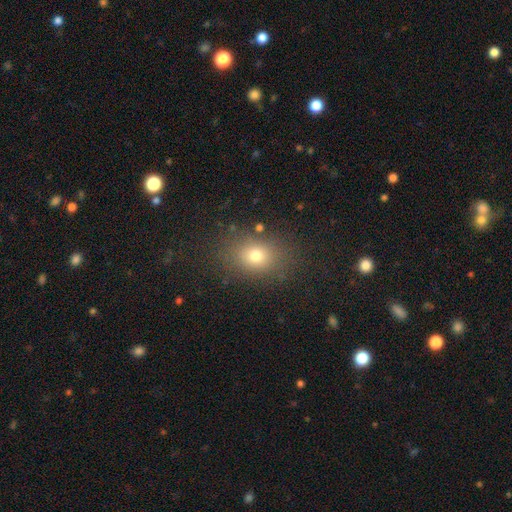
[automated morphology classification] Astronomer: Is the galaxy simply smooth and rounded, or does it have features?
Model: smooth — 73%.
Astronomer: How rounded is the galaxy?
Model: in between — 59% (runner-up: round, 39%).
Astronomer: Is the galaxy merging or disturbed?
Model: none — 82%.